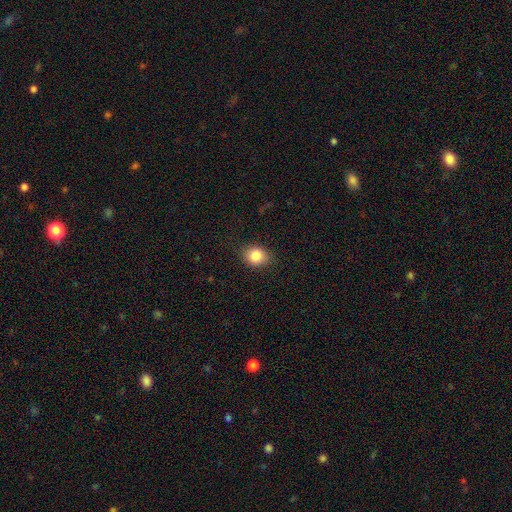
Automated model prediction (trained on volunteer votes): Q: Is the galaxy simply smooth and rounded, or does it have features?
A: smooth — 86%.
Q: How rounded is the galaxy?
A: round — 65%.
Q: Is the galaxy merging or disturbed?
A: none — 83%.